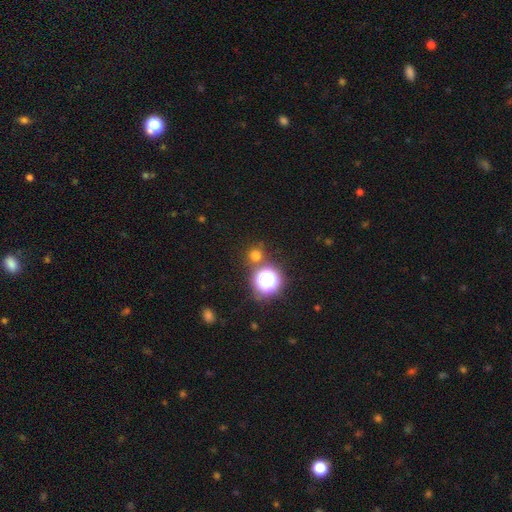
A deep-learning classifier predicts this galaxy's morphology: The model was most divided on "smooth or featured": smooth: 64%, star or artifact: 31%, featured or disk: 6%. More confident: how rounded — round (92%); merging — none (78%).